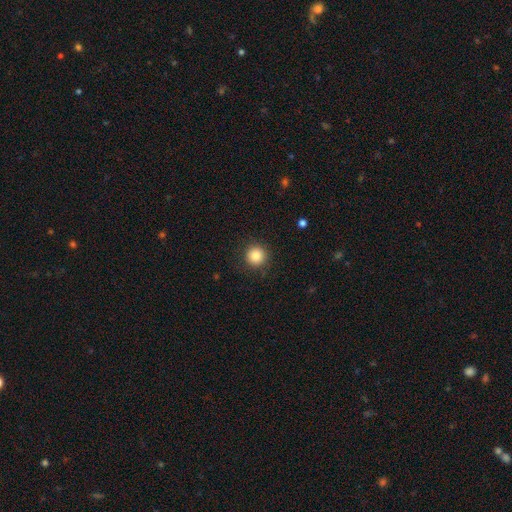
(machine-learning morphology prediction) This is clearly a smooth galaxy (85%). How rounded: clearly round (95%). Merging: clearly none (89%).